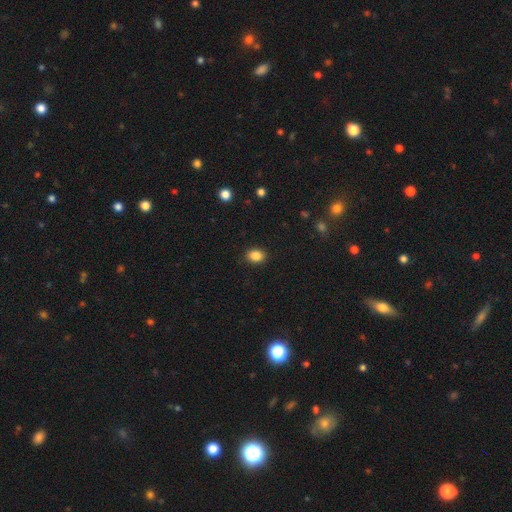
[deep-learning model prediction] This is clearly a smooth galaxy (87%). How rounded: likely in between (64%). Merging: clearly none (89%).